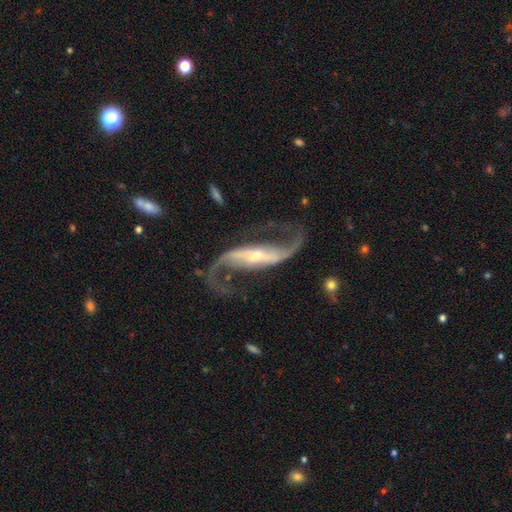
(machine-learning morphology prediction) featured or disk 93%, star or artifact 4%, smooth 3%. Down the decision tree: edge-on disk — no (94%); bar — strong (58%); spiral arms — yes (97%); spiral arm count — 2 (94%); spiral winding — loose (77%); bulge size — small (48%); merging — none (76%).